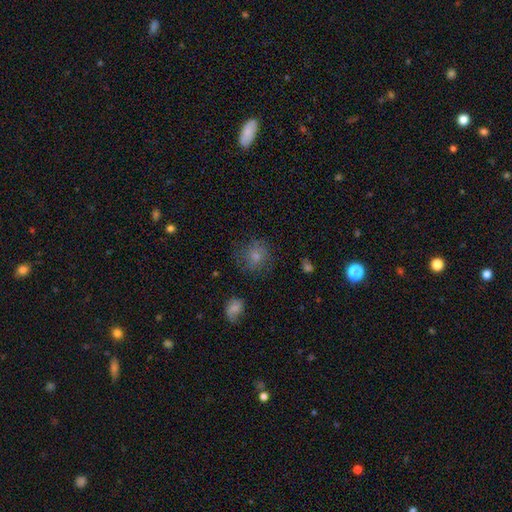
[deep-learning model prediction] smooth_or_featured: smooth (p=0.53) [alt: star or artifact p=0.24]
how_rounded: round (p=0.86) [alt: in between p=0.13]
merging: none (p=0.78) [alt: minor disturbance p=0.14]